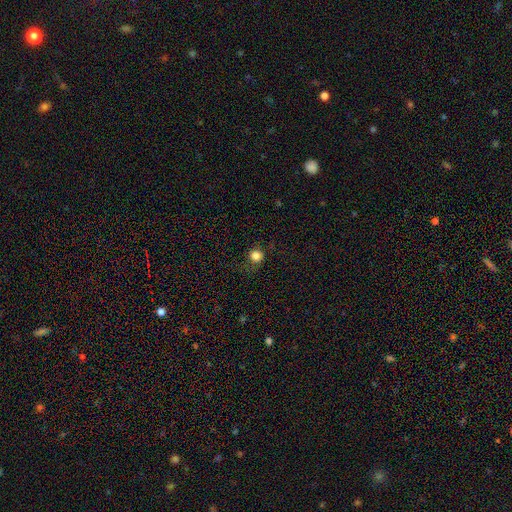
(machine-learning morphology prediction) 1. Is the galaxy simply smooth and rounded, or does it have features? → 81% smooth, 13% star or artifact, 6% featured or disk.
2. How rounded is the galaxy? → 89% round, 10% in between, 1% cigar-shaped.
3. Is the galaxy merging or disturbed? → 69% none, 18% minor disturbance, 11% major disturbance, 1% merger.